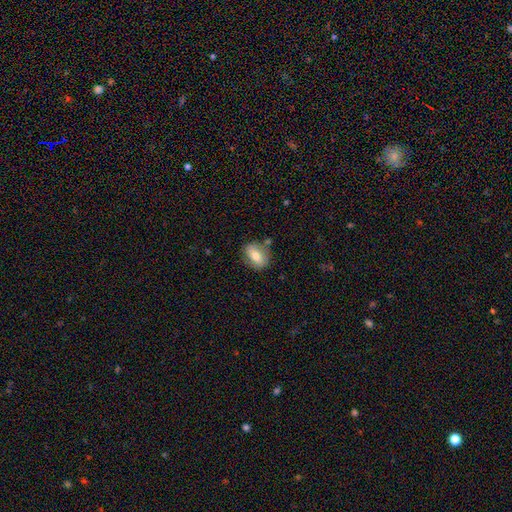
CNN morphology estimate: Q: Smooth or featured?
A: smooth (69%); runner-up: featured or disk (23%)
Q: How rounded?
A: in between (74%); runner-up: round (23%)
Q: Merging?
A: none (74%); runner-up: minor disturbance (16%)